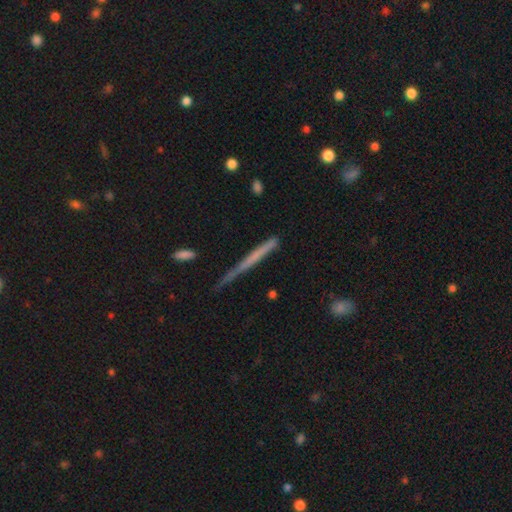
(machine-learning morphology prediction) Smooth or featured? smooth (48%)
Merging? none (70%)